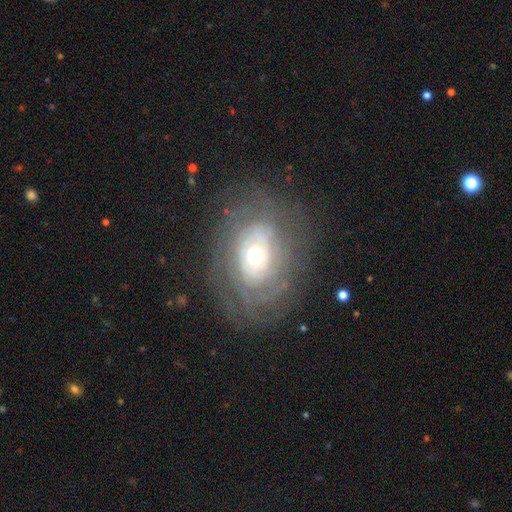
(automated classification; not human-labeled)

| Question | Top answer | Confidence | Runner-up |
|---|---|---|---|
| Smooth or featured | featured or disk | 73% | smooth (19%) |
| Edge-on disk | no | 95% | yes (5%) |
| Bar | no | 80% | weak (15%) |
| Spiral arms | yes | 72% | no (28%) |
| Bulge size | moderate | 63% | small (24%) |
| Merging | none | 73% | minor disturbance (16%) |